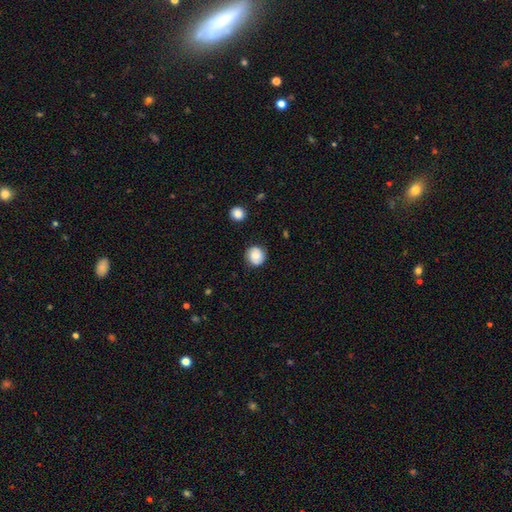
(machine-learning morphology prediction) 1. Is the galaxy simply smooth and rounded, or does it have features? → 73% smooth, 18% featured or disk, 9% star or artifact.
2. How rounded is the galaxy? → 91% round, 8% in between, 1% cigar-shaped.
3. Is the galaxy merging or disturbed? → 84% none, 12% minor disturbance, 3% major disturbance, 2% merger.